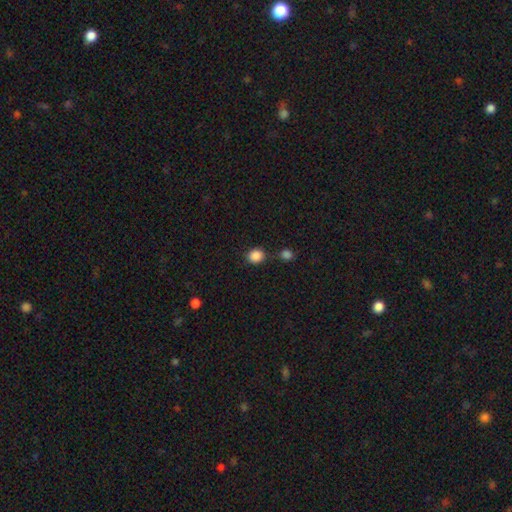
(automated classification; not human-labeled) Smooth or featured? Predicted: smooth (p=0.87). How rounded? Predicted: round (p=0.71). Merging? Predicted: none (p=0.74).